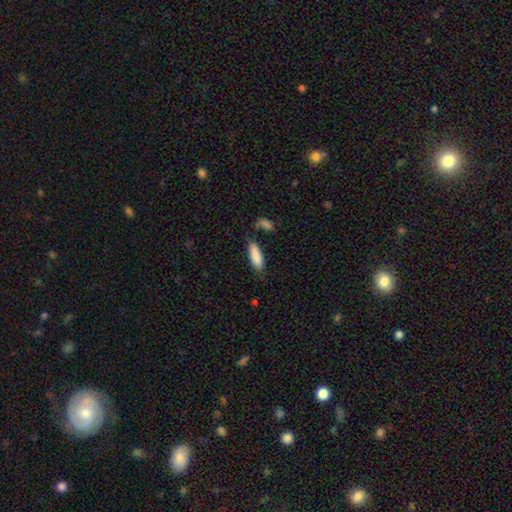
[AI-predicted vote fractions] smooth_or_featured: smooth (p=0.87) [alt: featured or disk p=0.07]
how_rounded: in between (p=0.53) [alt: cigar-shaped p=0.46]
merging: none (p=0.72) [alt: minor disturbance p=0.16]